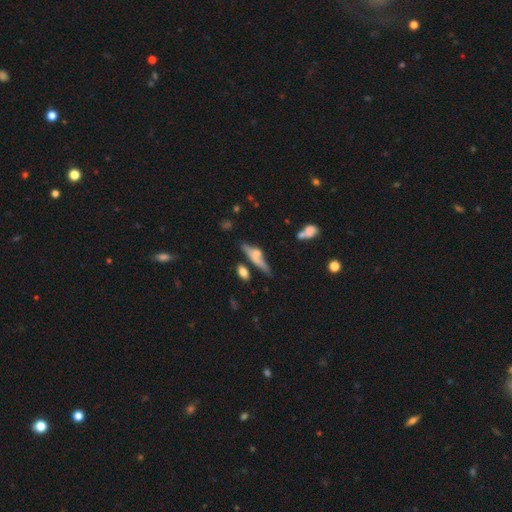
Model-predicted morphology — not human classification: type=smooth (52%); roundness=cigar-shaped (70%); merging=none (52%).